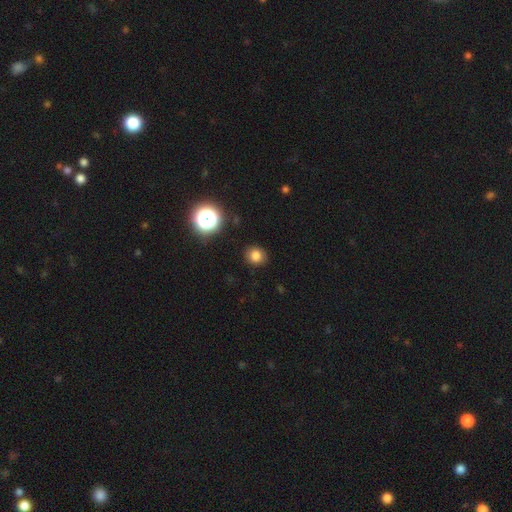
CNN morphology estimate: type=smooth (80%); roundness=round (82%); merging=none (89%).